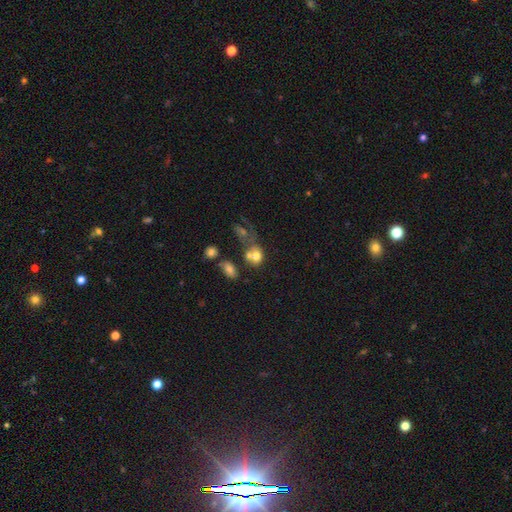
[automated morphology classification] Q: Smooth or featured?
A: smooth (67%); runner-up: featured or disk (19%)
Q: How rounded?
A: in between (52%); runner-up: round (46%)
Q: Merging?
A: merger (51%); runner-up: none (25%)